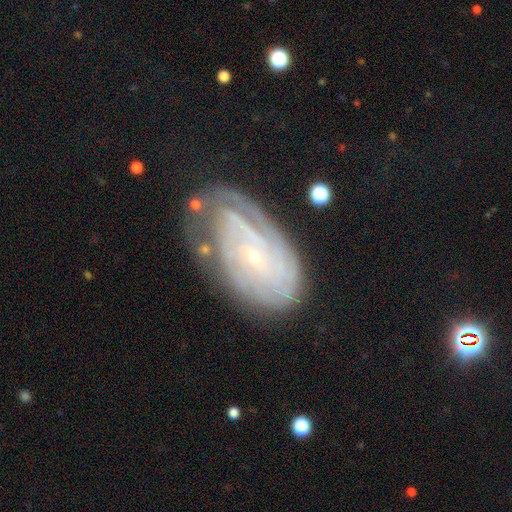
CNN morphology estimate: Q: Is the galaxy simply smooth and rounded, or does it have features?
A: featured or disk — 82%.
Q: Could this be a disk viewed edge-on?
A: no — 96%.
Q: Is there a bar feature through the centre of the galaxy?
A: no — 66%.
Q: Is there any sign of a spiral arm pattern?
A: yes — 94%.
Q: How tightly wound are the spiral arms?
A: tight — 76%.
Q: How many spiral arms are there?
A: can't tell — 42%.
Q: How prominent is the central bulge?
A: small — 87%.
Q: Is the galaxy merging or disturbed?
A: none — 66%.